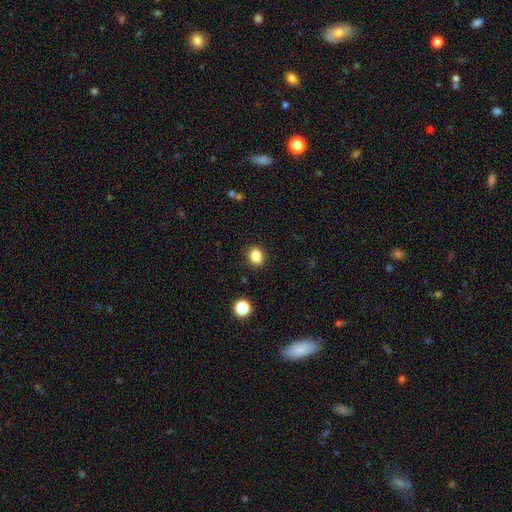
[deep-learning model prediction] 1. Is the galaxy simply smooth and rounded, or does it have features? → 85% smooth, 11% star or artifact, 4% featured or disk.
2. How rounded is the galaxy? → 51% round, 48% in between, 1% cigar-shaped.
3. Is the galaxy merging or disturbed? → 88% none, 8% minor disturbance, 2% major disturbance, 1% merger.